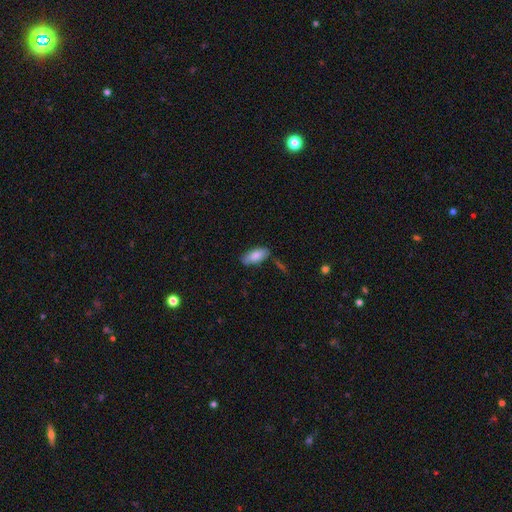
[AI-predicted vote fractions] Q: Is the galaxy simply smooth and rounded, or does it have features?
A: smooth — 83%.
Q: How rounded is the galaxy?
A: in between — 83%.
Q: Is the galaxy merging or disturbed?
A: none — 77%.